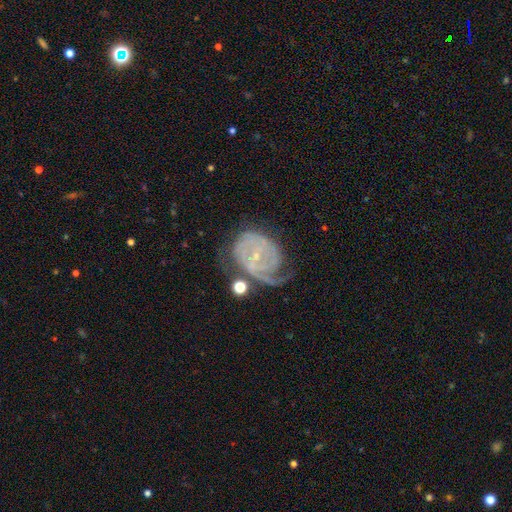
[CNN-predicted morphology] This appears to be a featured or disk galaxy (83%) with no bar (50%), tight (58%) spiral arms (93%) and a small central bulge (83%). Merging: none (43%).